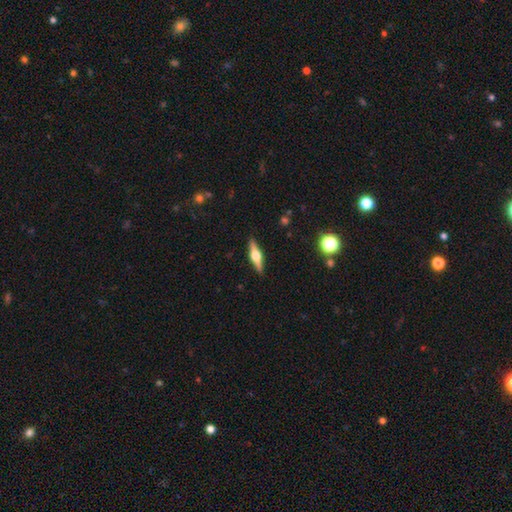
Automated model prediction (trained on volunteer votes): Smooth or featured? Predicted: featured or disk (p=0.70). Edge-on disk? Predicted: yes (p=0.97). Edge-on bulge? Predicted: rounded (p=0.95). Merging? Predicted: none (p=0.91).